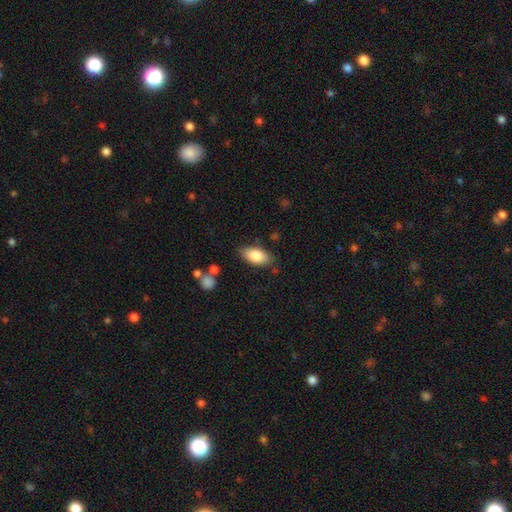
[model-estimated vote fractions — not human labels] Smooth or featured: smooth — 82% (featured or disk — 11%)
How rounded: in between — 91% (cigar-shaped — 5%)
Merging: none — 80% (minor disturbance — 14%)